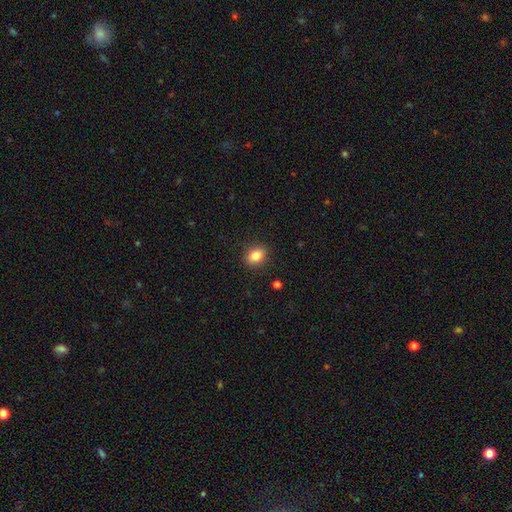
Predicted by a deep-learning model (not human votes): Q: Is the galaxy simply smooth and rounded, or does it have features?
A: smooth — 84%.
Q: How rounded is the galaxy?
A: in between — 65%.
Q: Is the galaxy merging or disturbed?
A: none — 88%.